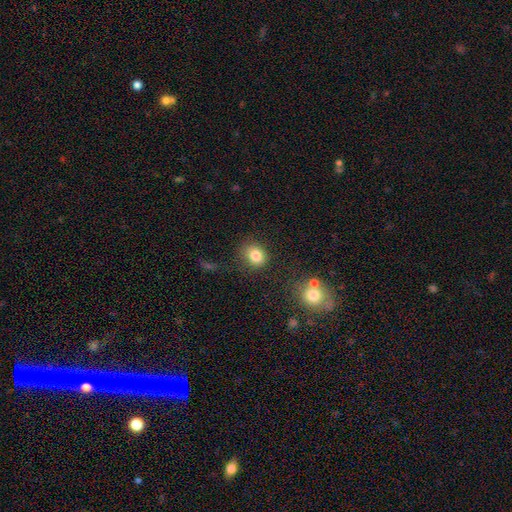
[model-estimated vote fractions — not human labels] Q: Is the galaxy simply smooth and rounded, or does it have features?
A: smooth — 83%.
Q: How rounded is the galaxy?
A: round — 66%.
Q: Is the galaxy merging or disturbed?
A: none — 77%.